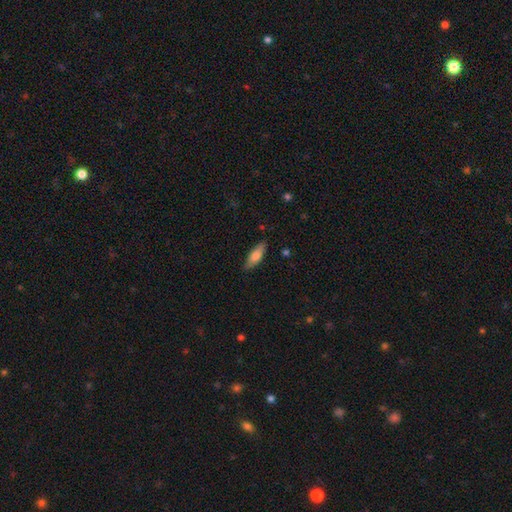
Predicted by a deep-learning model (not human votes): This appears to be a smooth galaxy with no disk features (70%) that is in between round and cigar-shaped (54%). Merging: none (84%).